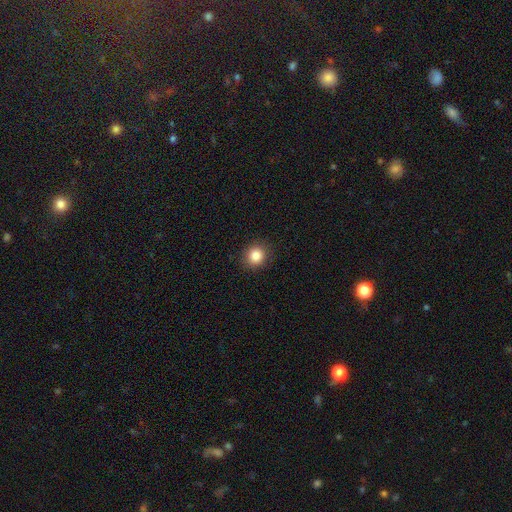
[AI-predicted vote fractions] Overall: smooth (85%). How rounded: round (87%). Merging: none (91%).